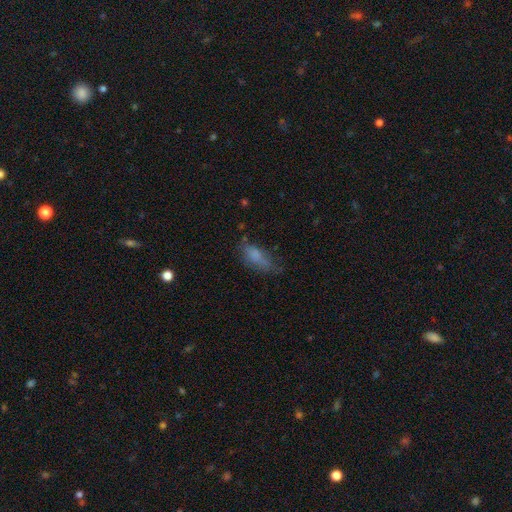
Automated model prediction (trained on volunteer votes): Smooth or featured: smooth — 73% (featured or disk — 16%)
How rounded: in between — 78% (cigar-shaped — 18%)
Merging: none — 45% (minor disturbance — 32%)